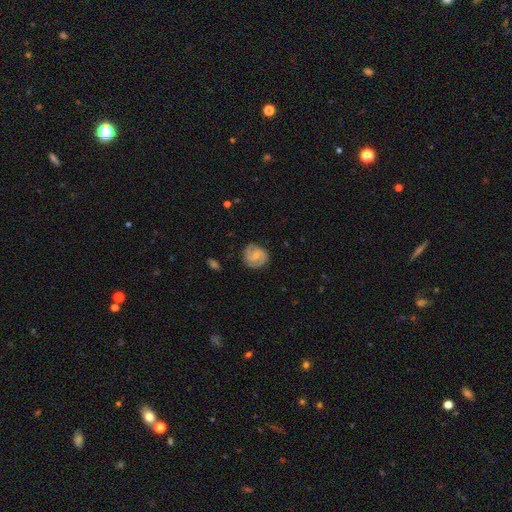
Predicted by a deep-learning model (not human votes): featured or disk 77%, smooth 17%, star or artifact 6%. Down the decision tree: edge-on disk — no (98%); bar — weak (46%); spiral arms — yes (95%); spiral arm count — 2 (79%); spiral winding — tight (50%); bulge size — small (59%); merging — none (80%).